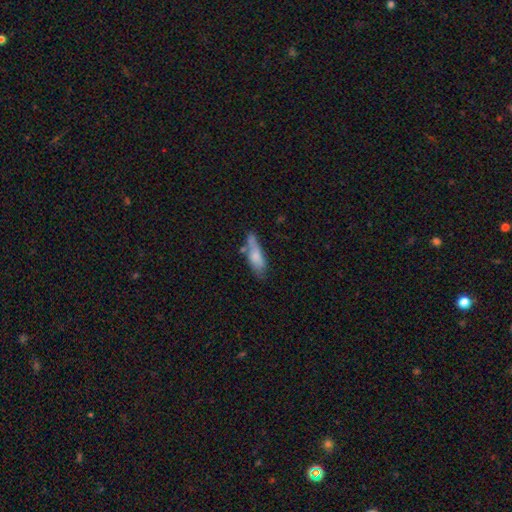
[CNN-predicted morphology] Smooth or featured? Predicted: smooth (p=0.70). How rounded? Predicted: cigar-shaped (p=0.53). Merging? Predicted: none (p=0.49).